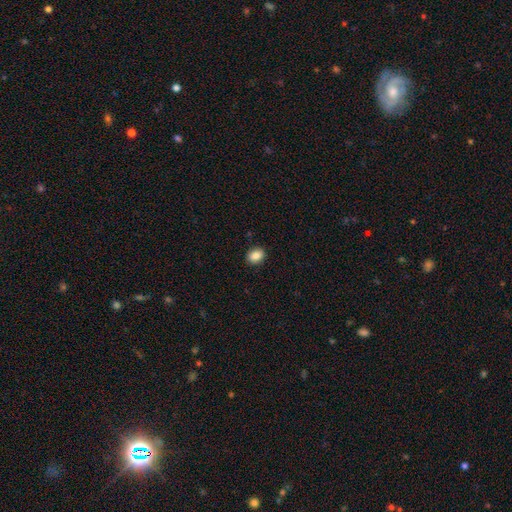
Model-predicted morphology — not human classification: A smooth galaxy with no disk features (86%) that is in between round and cigar-shaped (58%).

Vote fractions:
- Smooth or featured? smooth: 86% / star or artifact: 9% / featured or disk: 5%
- How rounded? in between: 58% / round: 41% / cigar-shaped: 1%
- Merging? none: 90% / minor disturbance: 7% / major disturbance: 2% / merger: 1%